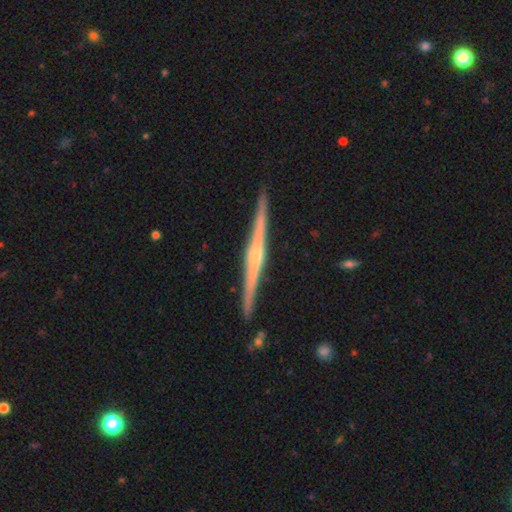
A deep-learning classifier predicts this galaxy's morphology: This appears to be a featured or disk galaxy (83%) viewed edge-on (99%) with a rounded central bulge (66%). Merging: none (91%).